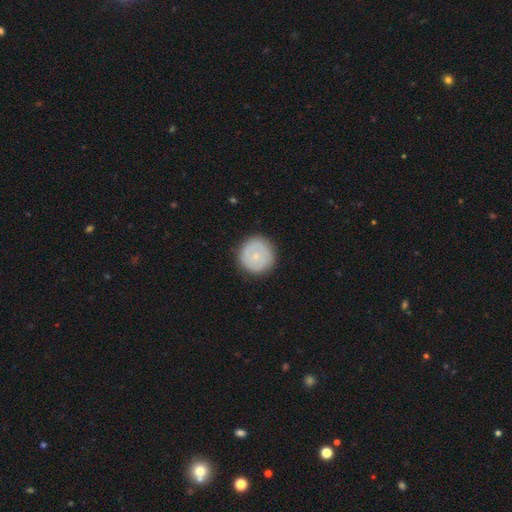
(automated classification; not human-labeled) Overall: smooth (62%; featured or disk 32%). How rounded: round (96%). Merging: none (88%).